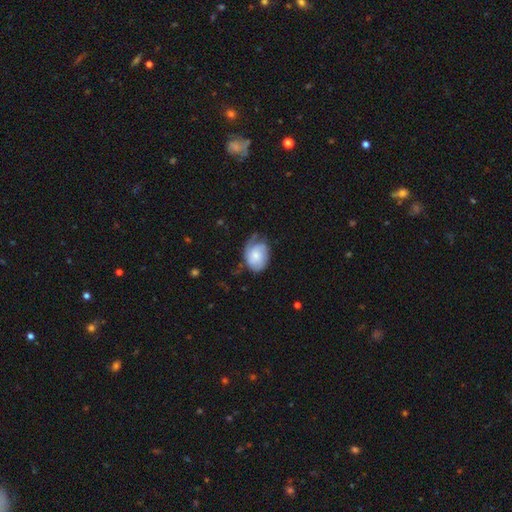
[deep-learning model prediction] Morphology: type=smooth (50%); merging=none (44%).